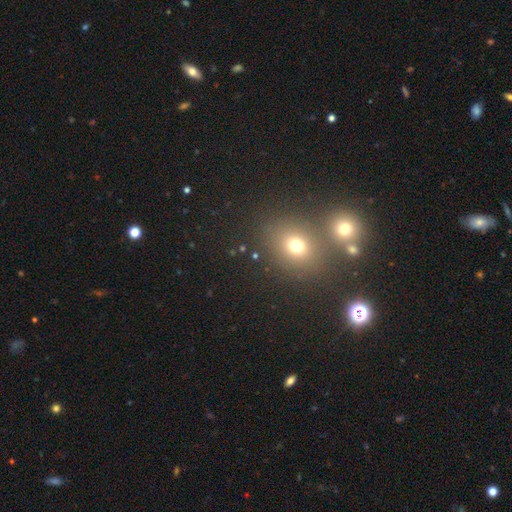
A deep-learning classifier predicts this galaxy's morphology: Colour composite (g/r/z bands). It shows a smooth galaxy with no disk features (59%) that is round (69%). Merging: none (70%).